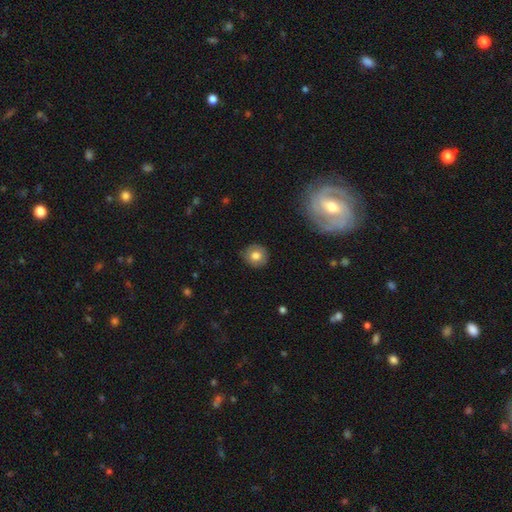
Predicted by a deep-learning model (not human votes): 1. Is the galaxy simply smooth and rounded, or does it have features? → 76% smooth, 15% featured or disk, 8% star or artifact.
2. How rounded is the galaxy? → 90% round, 9% in between, 1% cigar-shaped.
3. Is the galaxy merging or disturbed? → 87% none, 10% minor disturbance, 2% major disturbance, 1% merger.